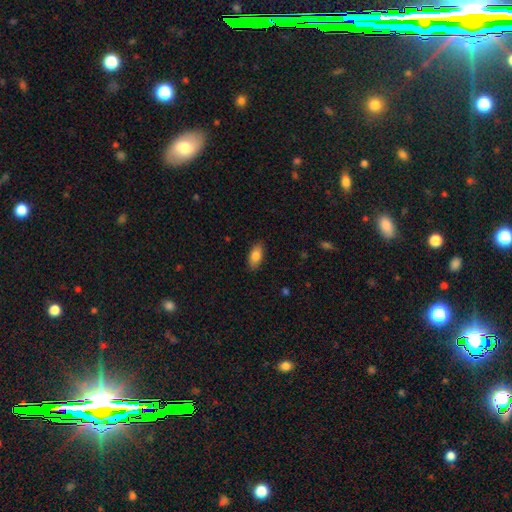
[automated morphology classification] Smooth or featured? Predicted: smooth (p=0.82). How rounded? Predicted: in between (p=0.88). Merging? Predicted: none (p=0.87).